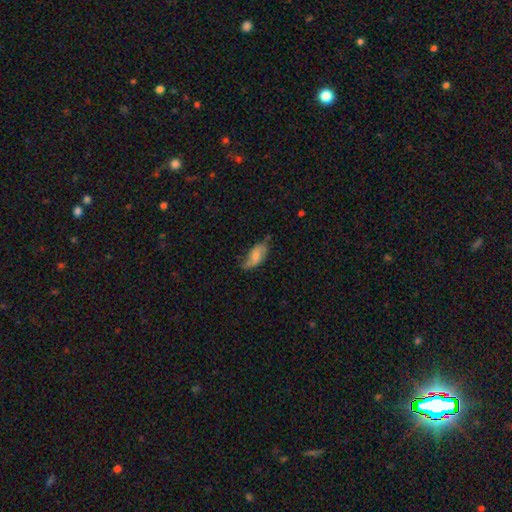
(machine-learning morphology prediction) Smooth or featured? smooth (63%)
How rounded? in between (89%)
Merging? none (51%)